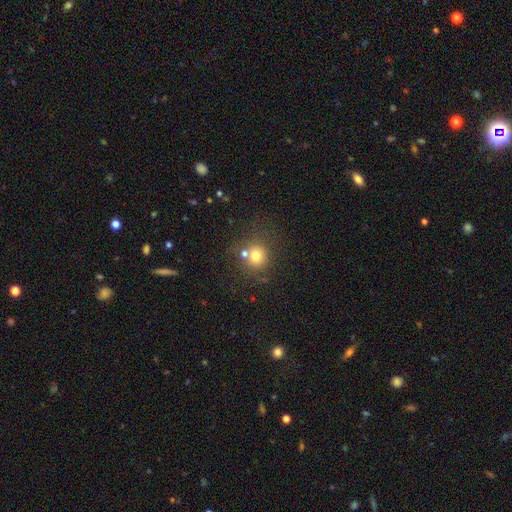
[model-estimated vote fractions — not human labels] smooth_or_featured: smooth (p=0.73) [alt: star or artifact p=0.14]
how_rounded: round (p=0.85) [alt: in between p=0.14]
merging: none (p=0.55) [alt: merger p=0.29]